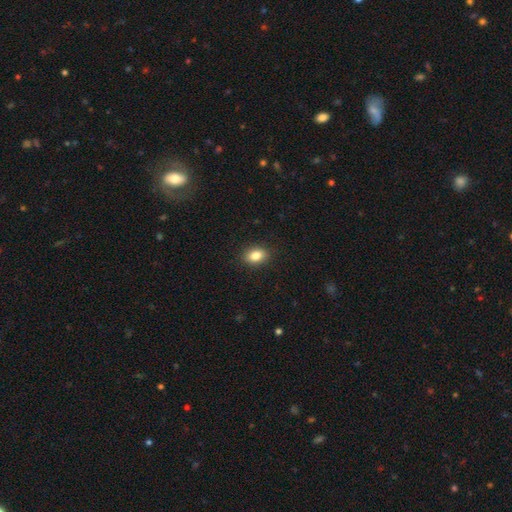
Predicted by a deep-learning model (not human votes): Smooth or featured? smooth (84%)
How rounded? in between (77%)
Merging? none (90%)